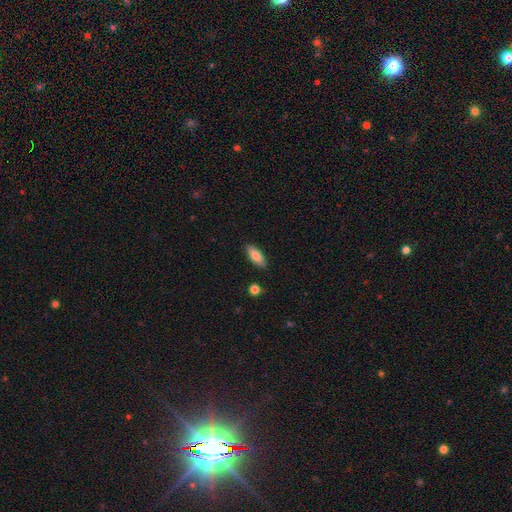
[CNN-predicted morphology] Smooth or featured: smooth — 78% (featured or disk — 15%)
How rounded: in between — 77% (cigar-shaped — 21%)
Merging: none — 87% (minor disturbance — 9%)